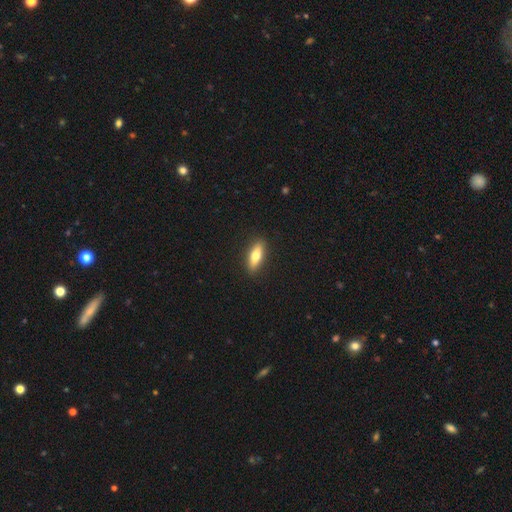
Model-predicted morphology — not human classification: smooth_or_featured: smooth (p=0.71) [alt: featured or disk p=0.23]
how_rounded: in between (p=0.56) [alt: cigar-shaped p=0.41]
merging: none (p=0.90) [alt: minor disturbance p=0.07]